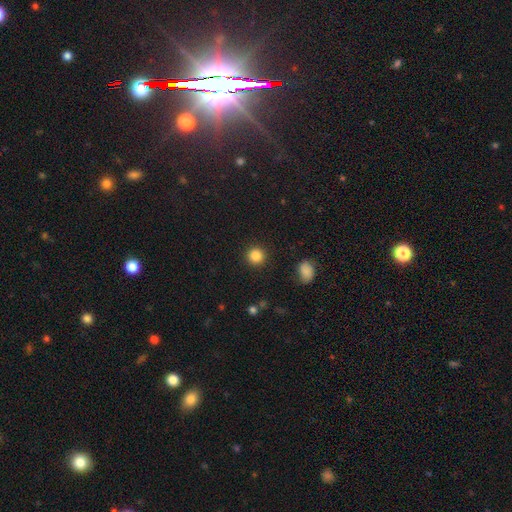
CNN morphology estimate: smooth 86%, star or artifact 11%, featured or disk 4%. Down the decision tree: how rounded — round (93%); merging — none (91%).